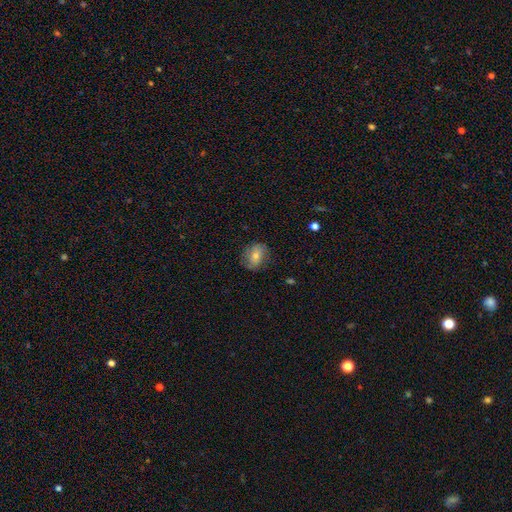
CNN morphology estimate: Smooth or featured? smooth (55%)
How rounded? round (55%)
Merging? none (76%)